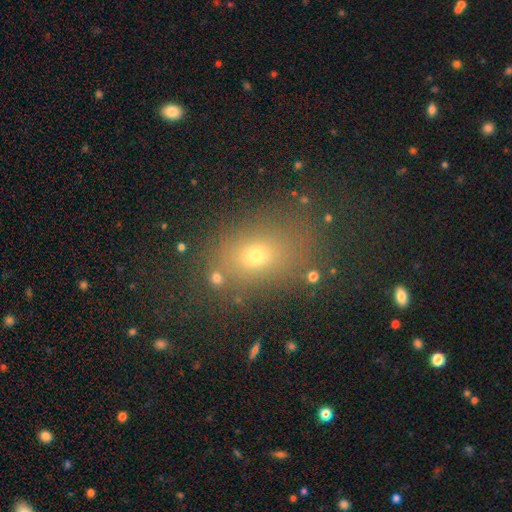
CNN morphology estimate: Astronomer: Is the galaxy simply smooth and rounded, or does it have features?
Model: smooth — 64%.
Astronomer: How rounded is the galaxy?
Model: in between — 65%.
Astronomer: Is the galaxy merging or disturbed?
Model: none — 77%.